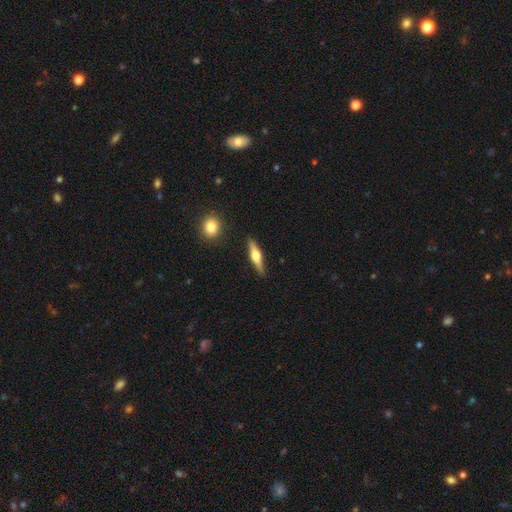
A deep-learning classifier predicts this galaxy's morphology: type=featured or disk (61%); edge-on=yes (96%); edge-on bulge=rounded (93%); merging=none (88%).